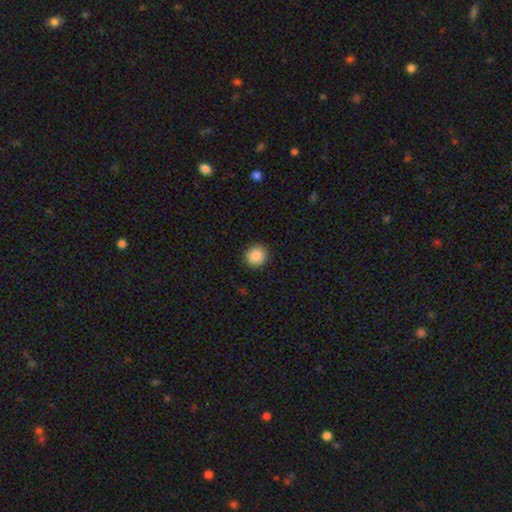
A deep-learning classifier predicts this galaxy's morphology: Smooth or featured? smooth (88%)
How rounded? round (86%)
Merging? none (91%)